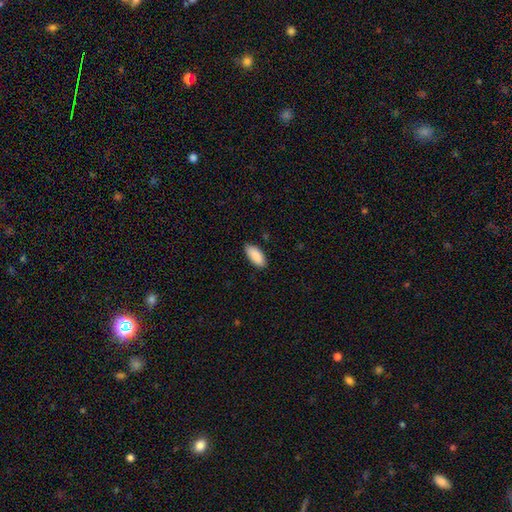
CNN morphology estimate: type=smooth (90%); roundness=in between (88%); merging=none (85%).